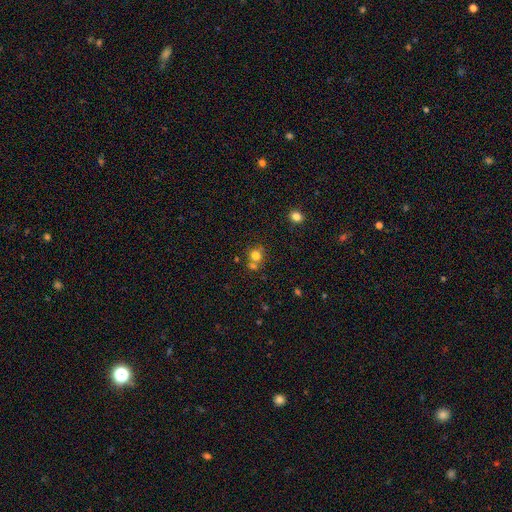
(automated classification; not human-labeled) Smooth or featured? Predicted: smooth (p=0.75). How rounded? Predicted: round (p=0.84). Merging? Predicted: none (p=0.54).